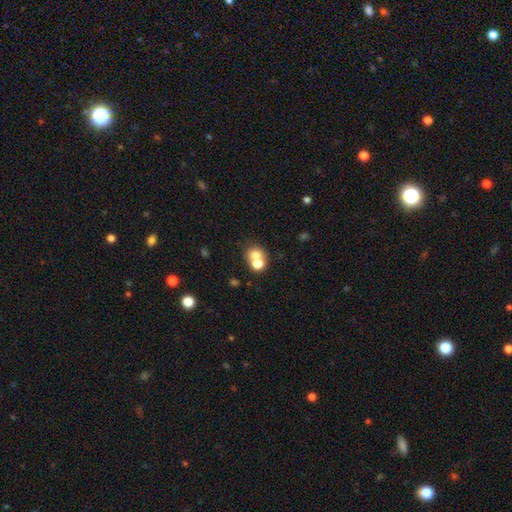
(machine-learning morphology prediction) A smooth galaxy with no disk features (70%) that is round (71%).

Vote fractions:
- Smooth or featured? smooth: 70% / featured or disk: 18% / star or artifact: 12%
- How rounded? round: 71% / in between: 28% / cigar-shaped: 1%
- Merging? merger: 55% / none: 35% / minor disturbance: 6% / major disturbance: 3%